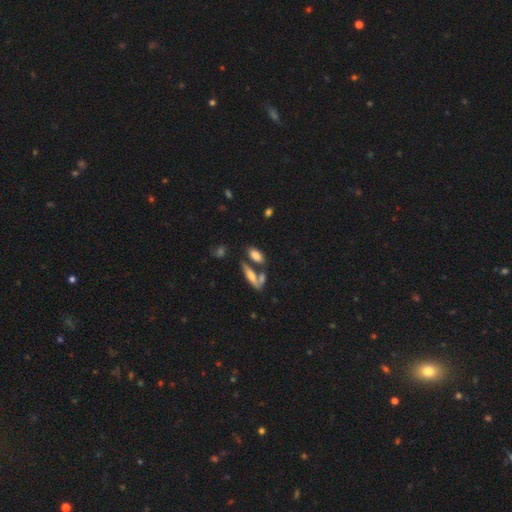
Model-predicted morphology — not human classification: Q: Smooth or featured?
A: smooth (74%); runner-up: featured or disk (18%)
Q: How rounded?
A: in between (77%); runner-up: cigar-shaped (19%)
Q: Merging?
A: none (52%); runner-up: merger (32%)